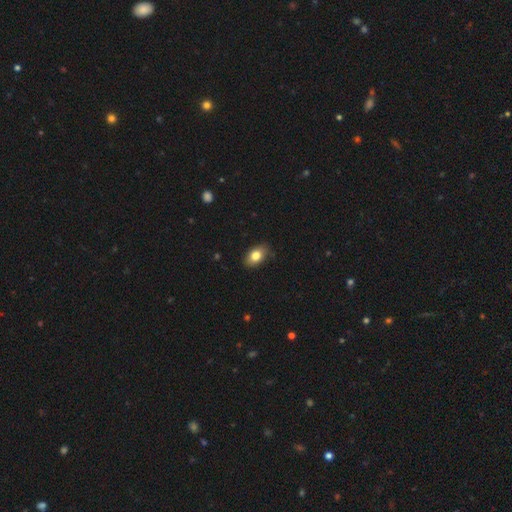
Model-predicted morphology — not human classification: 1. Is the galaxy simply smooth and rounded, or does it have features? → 81% smooth, 11% featured or disk, 8% star or artifact.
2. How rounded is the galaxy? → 86% in between, 12% round, 2% cigar-shaped.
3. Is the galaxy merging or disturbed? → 81% none, 15% minor disturbance, 3% major disturbance, 1% merger.